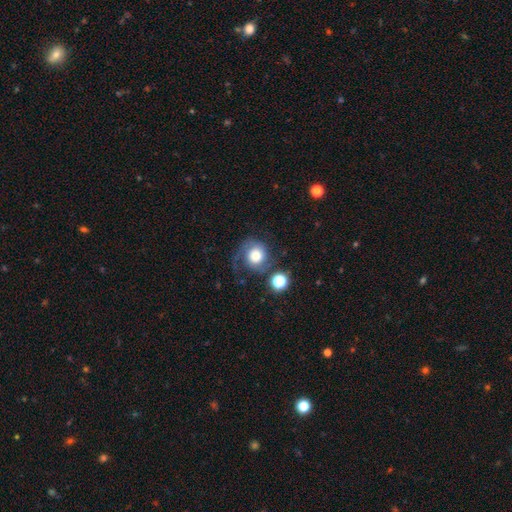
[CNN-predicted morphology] featured or disk 48%, smooth 43%, star or artifact 9%. Down the decision tree: merging — none (49%).